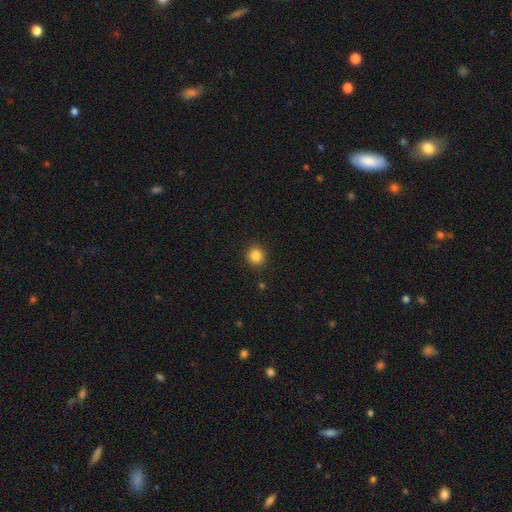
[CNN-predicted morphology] A smooth galaxy with no disk features (85%) that is round (90%).

Vote fractions:
- Smooth or featured? smooth: 85% / star or artifact: 11% / featured or disk: 5%
- How rounded? round: 90% / in between: 9% / cigar-shaped: 1%
- Merging? none: 91% / minor disturbance: 6% / major disturbance: 2% / merger: 1%